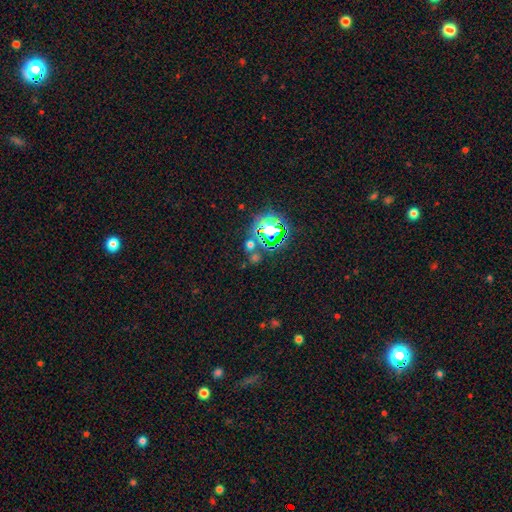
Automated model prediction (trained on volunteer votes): Smooth or featured: star or artifact — 67% (smooth — 24%)